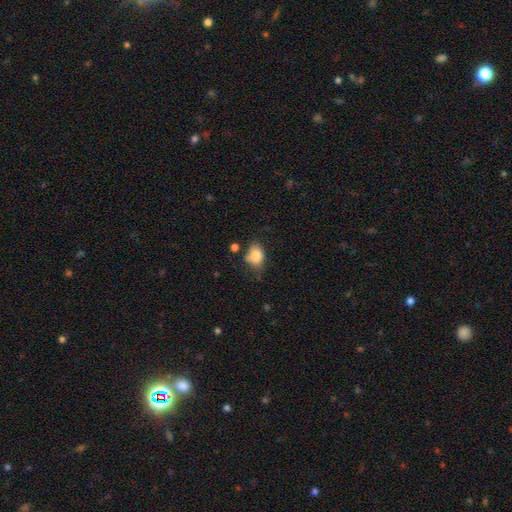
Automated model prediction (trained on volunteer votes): Smooth or featured: smooth — 83% (star or artifact — 9%)
How rounded: in between — 69% (round — 29%)
Merging: none — 51% (minor disturbance — 30%)